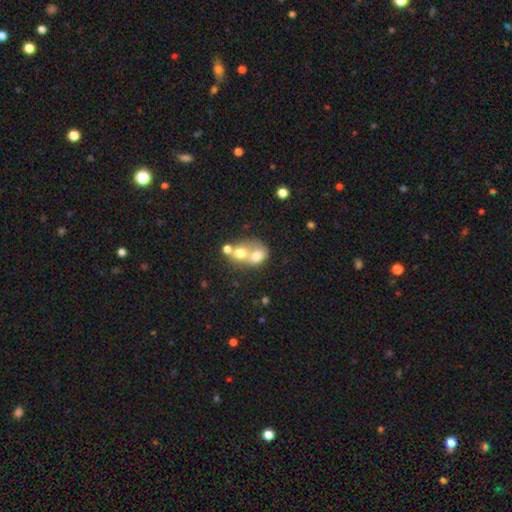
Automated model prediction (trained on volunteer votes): A smooth galaxy with no disk features (62%) that is round (58%).

Vote fractions:
- Smooth or featured? smooth: 62% / featured or disk: 26% / star or artifact: 12%
- How rounded? round: 58% / in between: 41% / cigar-shaped: 1%
- Merging? merger: 70% / none: 19% / minor disturbance: 6% / major disturbance: 5%